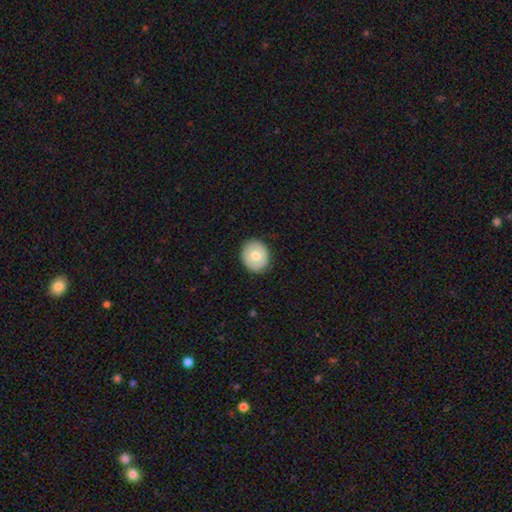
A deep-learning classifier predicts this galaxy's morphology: Q: Smooth or featured?
A: smooth (70%); runner-up: featured or disk (24%)
Q: How rounded?
A: round (69%); runner-up: in between (30%)
Q: Merging?
A: none (88%); runner-up: minor disturbance (9%)